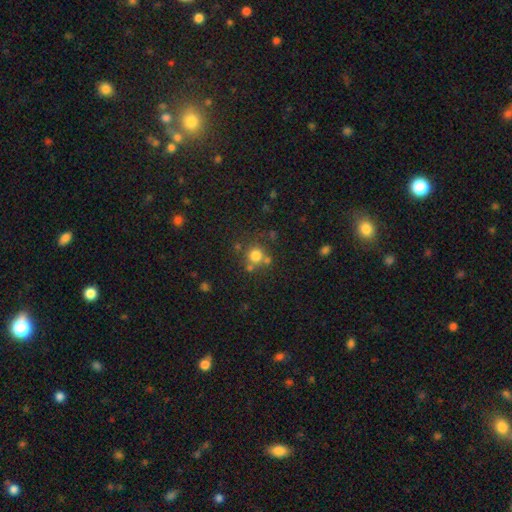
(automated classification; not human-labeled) Morphology: type=smooth (75%); roundness=round (91%); merging=none (65%).